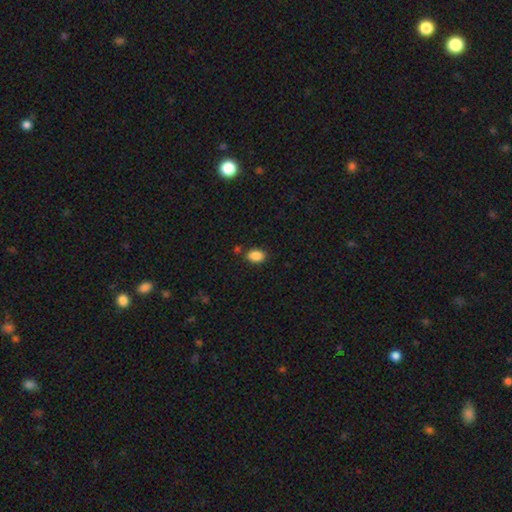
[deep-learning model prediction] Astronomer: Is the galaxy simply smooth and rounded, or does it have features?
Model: smooth — 88%.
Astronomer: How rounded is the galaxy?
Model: in between — 83%.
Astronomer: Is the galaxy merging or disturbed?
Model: none — 81%.